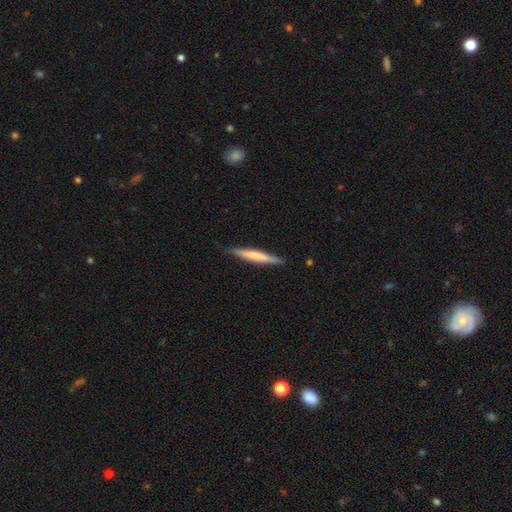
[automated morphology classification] type=smooth (57%); roundness=cigar-shaped (95%); merging=none (89%).